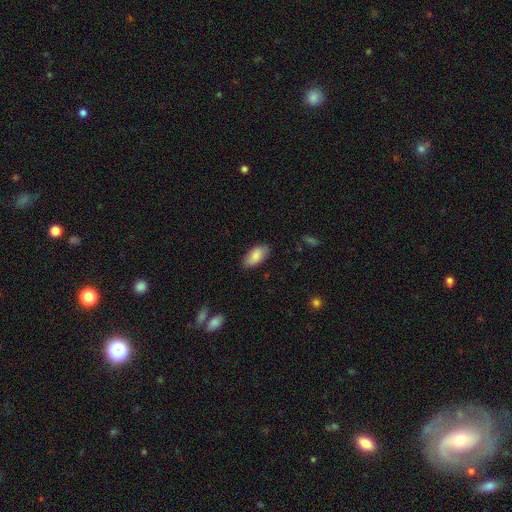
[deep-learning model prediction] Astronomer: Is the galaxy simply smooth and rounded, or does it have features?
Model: smooth — 86%.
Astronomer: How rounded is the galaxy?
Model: in between — 92%.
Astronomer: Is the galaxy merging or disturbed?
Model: none — 85%.